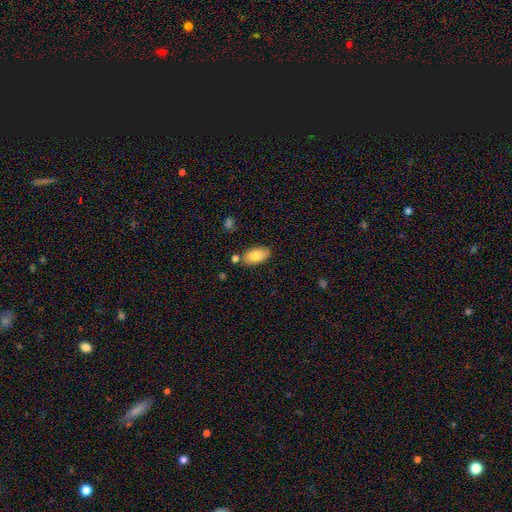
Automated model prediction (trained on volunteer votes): Smooth or featured?
  - smooth: 80% *
  - featured or disk: 13%
  - star or artifact: 7%
How rounded?
  - in between: 93% *
  - round: 4%
  - cigar-shaped: 2%
Merging?
  - none: 79% *
  - minor disturbance: 12%
  - merger: 6%
  - major disturbance: 3%